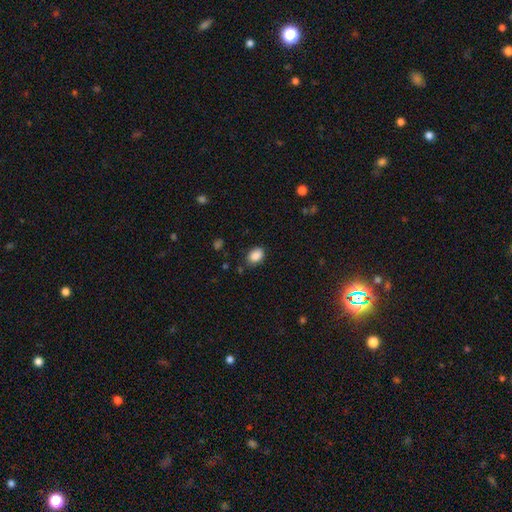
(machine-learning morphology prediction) type=smooth (88%); roundness=in between (76%); merging=none (81%).